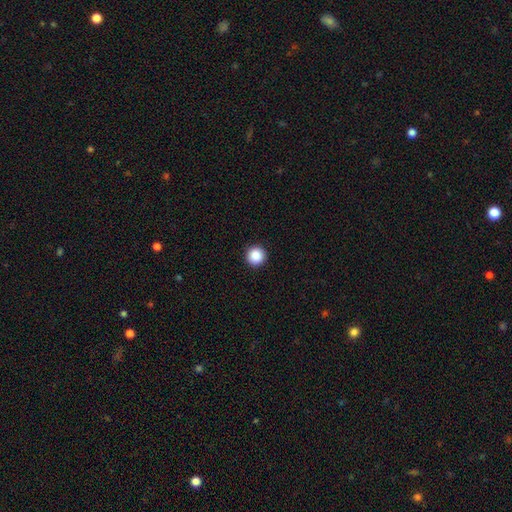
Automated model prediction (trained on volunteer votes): A smooth galaxy with no disk features (87%) that is round (96%). Merging: none (94%).